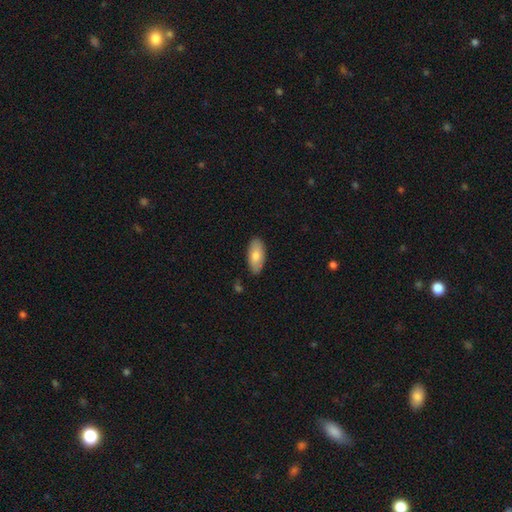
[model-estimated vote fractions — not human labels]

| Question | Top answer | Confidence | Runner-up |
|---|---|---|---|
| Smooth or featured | smooth | 77% | featured or disk (17%) |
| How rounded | in between | 92% | cigar-shaped (6%) |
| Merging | none | 85% | minor disturbance (11%) |